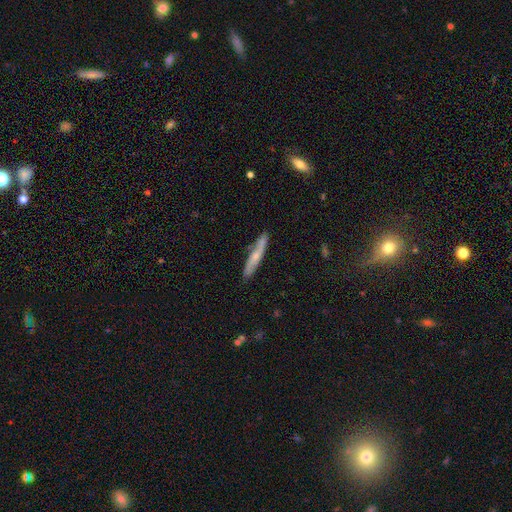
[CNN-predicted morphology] type=featured or disk (48%); merging=none (77%).